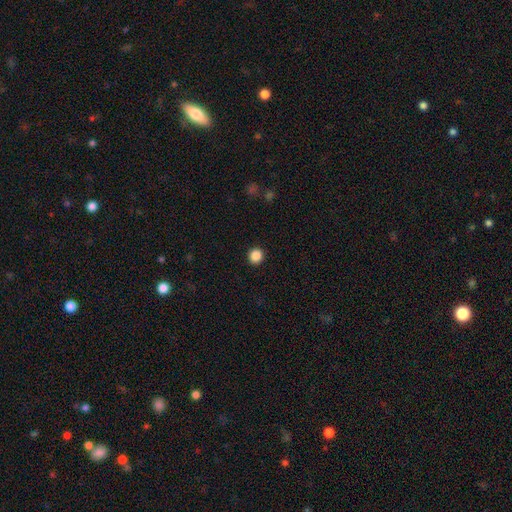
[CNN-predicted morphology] type=smooth (87%); roundness=round (92%); merging=none (93%).